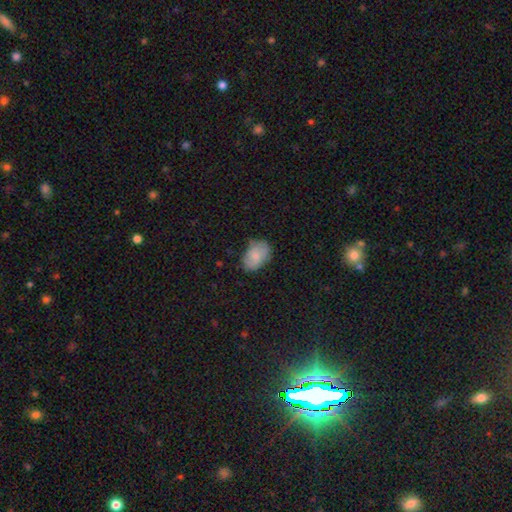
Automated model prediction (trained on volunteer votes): This appears to be a smooth galaxy with no disk features (78%) that is in between round and cigar-shaped (87%). Merging: none (66%).